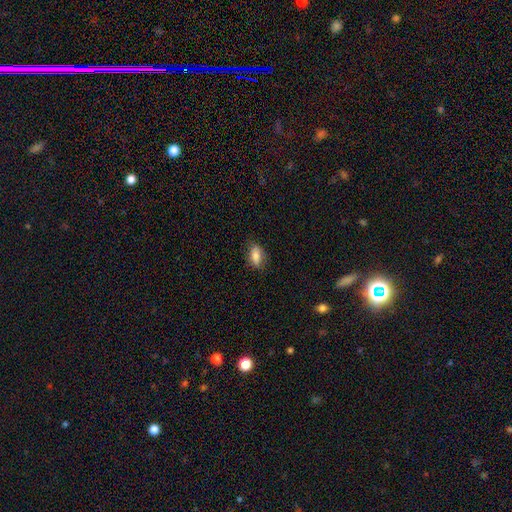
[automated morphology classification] Q: Smooth or featured?
A: smooth (80%); runner-up: featured or disk (12%)
Q: How rounded?
A: in between (86%); runner-up: cigar-shaped (7%)
Q: Merging?
A: none (80%); runner-up: minor disturbance (16%)